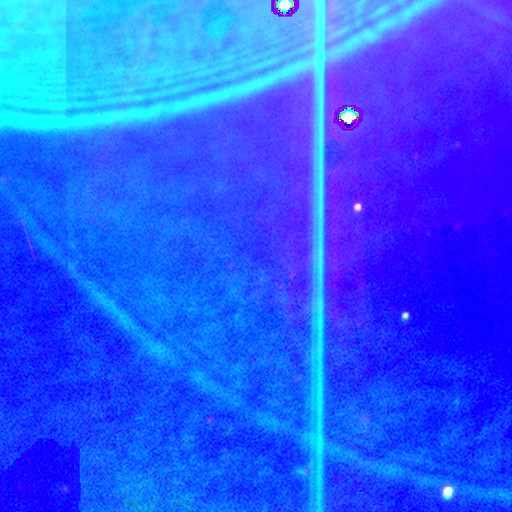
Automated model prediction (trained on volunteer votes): A star or artifact, not a galaxy (87%).

Vote fractions:
- Smooth or featured? star or artifact: 87% / featured or disk: 7% / smooth: 5%